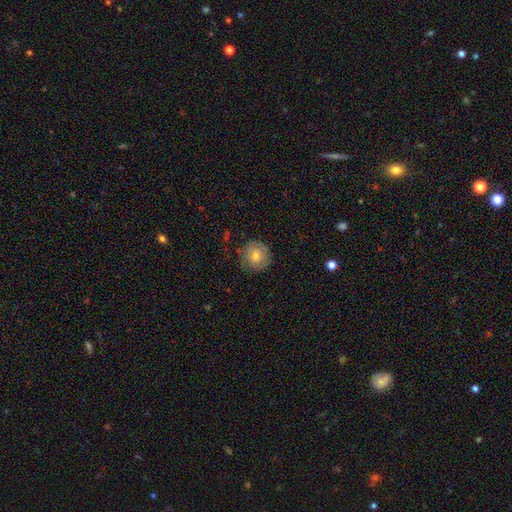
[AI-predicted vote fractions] A smooth galaxy with no disk features (53%) that is round (91%). Merging: none (83%).